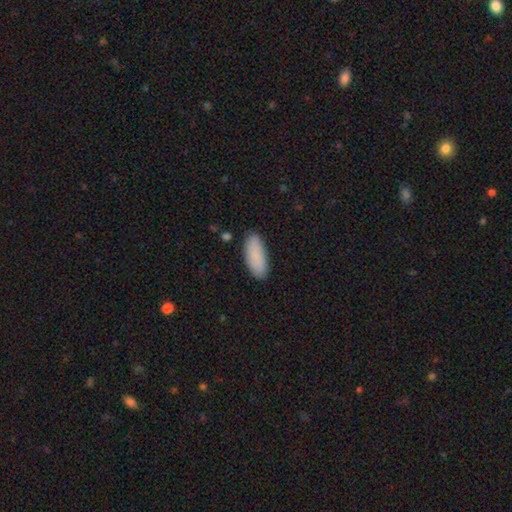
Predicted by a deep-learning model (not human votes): A smooth galaxy with no disk features (86%) that is in between round and cigar-shaped (79%). Merging: none (85%).